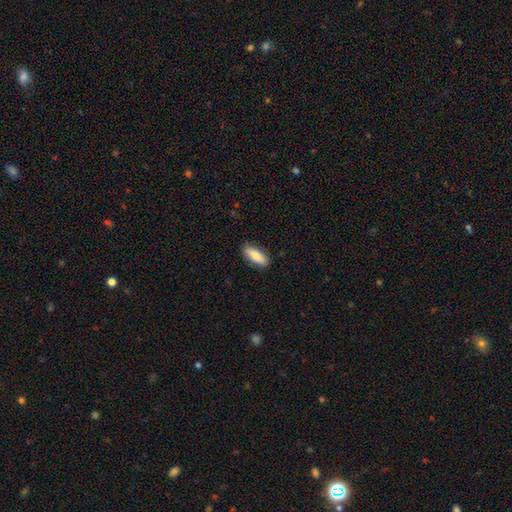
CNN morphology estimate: Smooth or featured?
  - smooth: 79% *
  - featured or disk: 15%
  - star or artifact: 6%
How rounded?
  - in between: 67% *
  - cigar-shaped: 31%
  - round: 2%
Merging?
  - none: 87% *
  - minor disturbance: 10%
  - major disturbance: 2%
  - merger: 1%